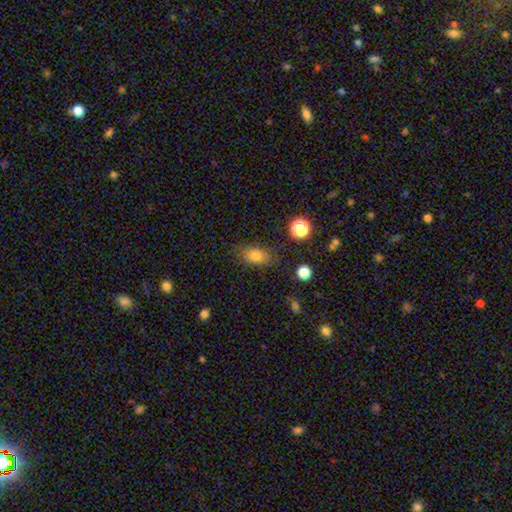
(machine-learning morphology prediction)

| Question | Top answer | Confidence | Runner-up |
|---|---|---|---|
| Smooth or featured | smooth | 76% | featured or disk (12%) |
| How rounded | in between | 79% | round (16%) |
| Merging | none | 75% | minor disturbance (17%) |